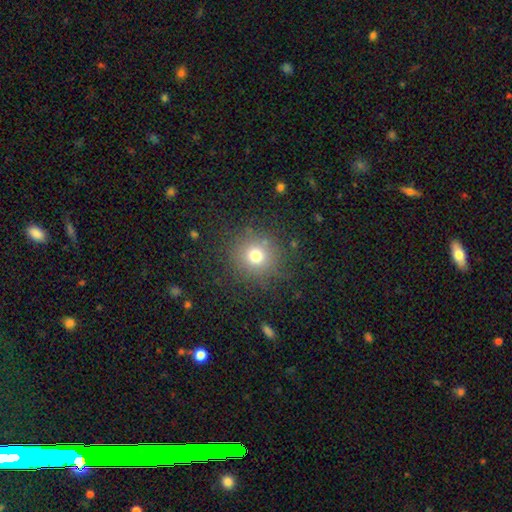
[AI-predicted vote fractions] Overall: smooth (73%). How rounded: round (92%). Merging: none (84%).